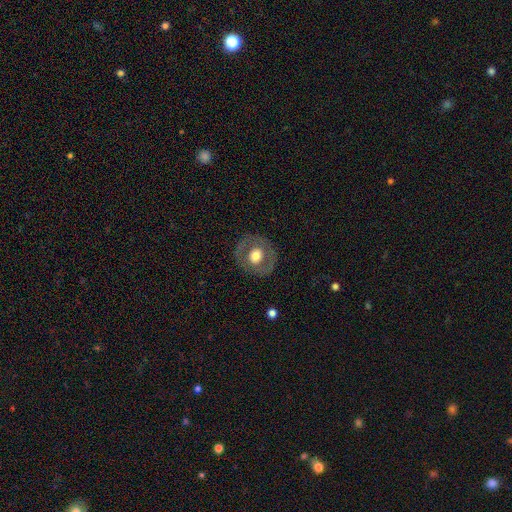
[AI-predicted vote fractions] The model was most divided on "smooth or featured": smooth: 51%, featured or disk: 42%, star or artifact: 7%. More confident: how rounded — round (84%); merging — none (83%).